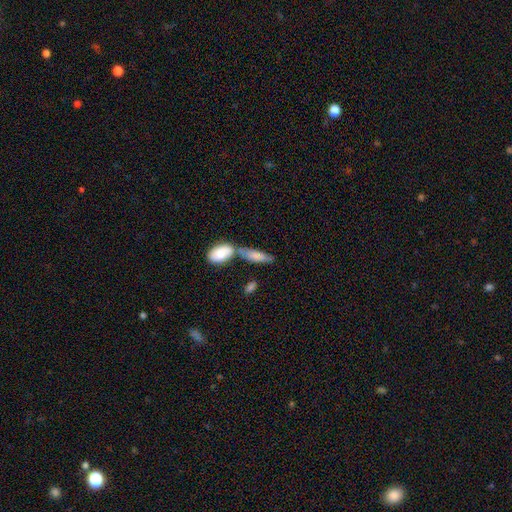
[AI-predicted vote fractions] Smooth or featured? smooth (75%)
How rounded? in between (57%)
Merging? merger (46%)